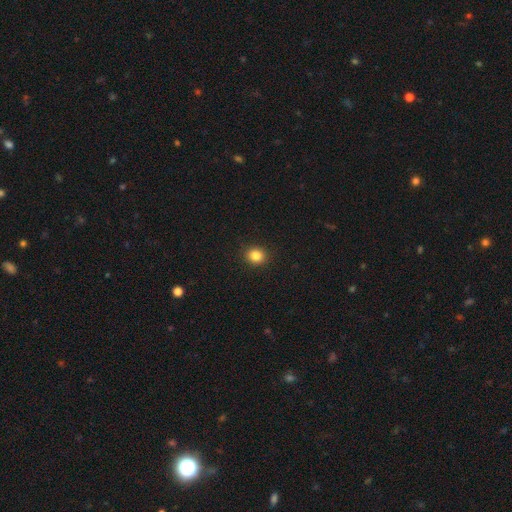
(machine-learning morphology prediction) This is clearly a smooth galaxy (84%). How rounded: clearly round (80%). Merging: clearly none (92%).